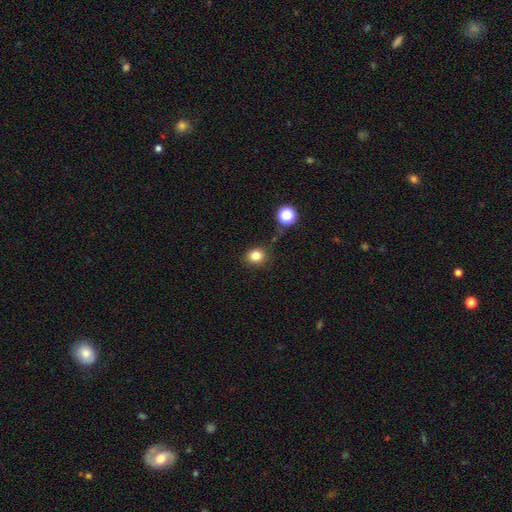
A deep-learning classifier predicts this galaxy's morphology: smooth 81%, star or artifact 13%, featured or disk 6%. Down the decision tree: how rounded — round (74%); merging — none (82%).